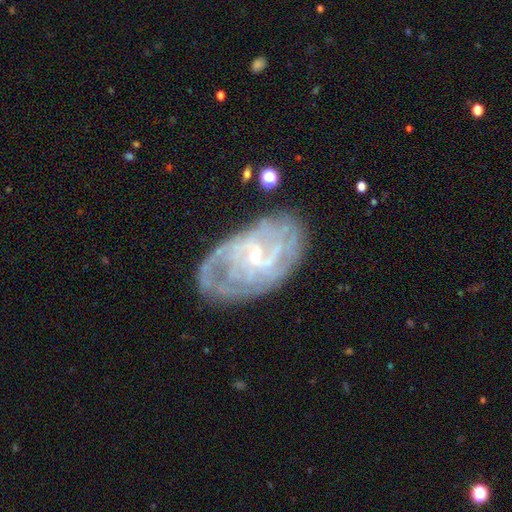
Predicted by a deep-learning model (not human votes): Smooth or featured: featured or disk — 82% (smooth — 11%)
Edge-on disk: no — 96% (yes — 4%)
Bar: weak — 48% (no — 36%)
Spiral arms: yes — 84% (no — 16%)
Spiral winding: tight — 53% (medium — 33%)
Spiral arm count: can't tell — 47% (2 — 19%)
Bulge size: small — 79% (moderate — 16%)
Merging: none — 66% (minor disturbance — 20%)